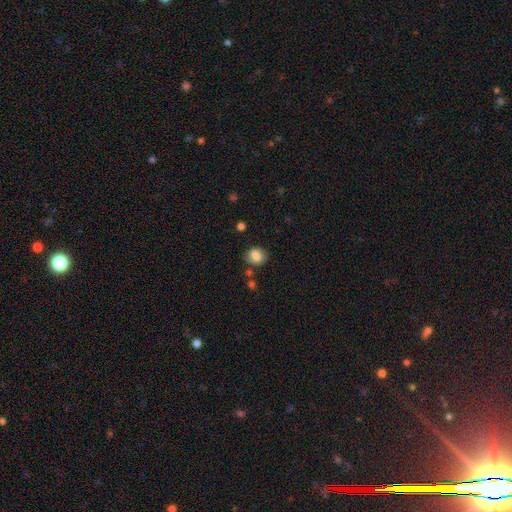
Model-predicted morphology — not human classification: Smooth or featured? Predicted: smooth (p=0.81). How rounded? Predicted: round (p=0.55). Merging? Predicted: none (p=0.76).